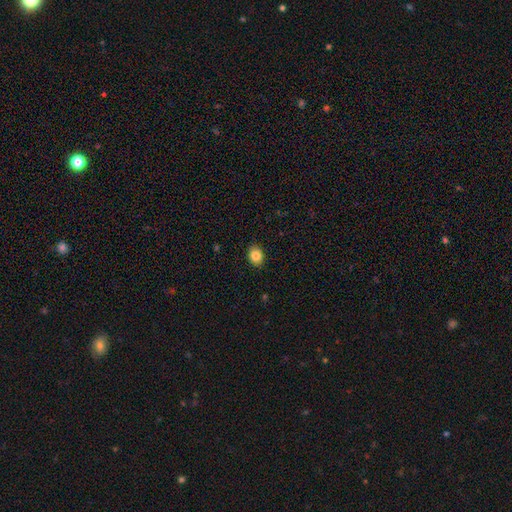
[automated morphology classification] smooth 85%, star or artifact 9%, featured or disk 6%. Down the decision tree: how rounded — in between (64%); merging — none (89%).